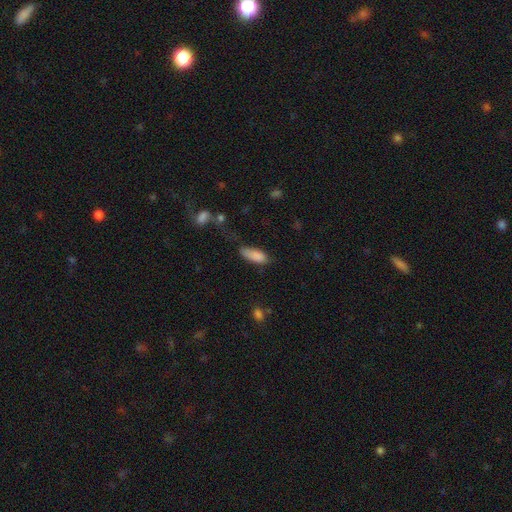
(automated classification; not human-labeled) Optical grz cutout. It shows a smooth galaxy with no disk features (85%) that is in between round and cigar-shaped (75%). Merging: none (44%).